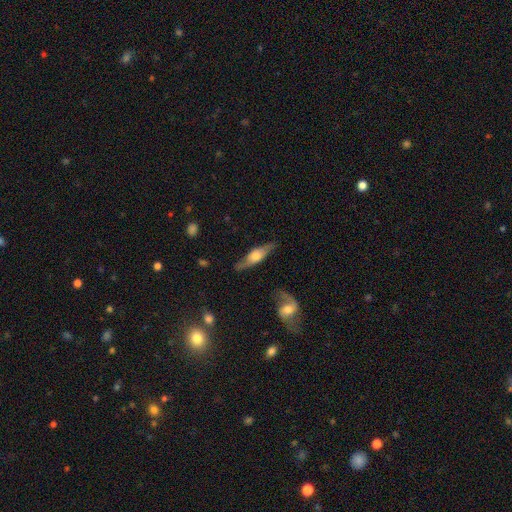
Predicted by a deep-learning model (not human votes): A featured or disk galaxy (62%) viewed edge-on (84%) with a rounded central bulge (87%). Merging: none (80%).